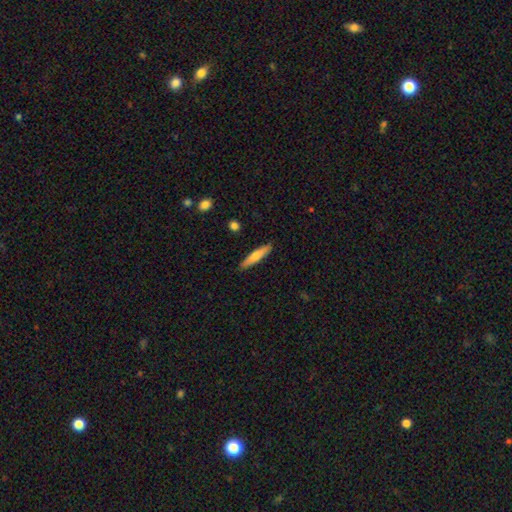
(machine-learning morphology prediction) smooth-or-featured: smooth: 65% | featured or disk: 29% | star or artifact: 6%
  how-rounded: cigar-shaped: 87% | in between: 11% | round: 1%
  merging: none: 89% | minor disturbance: 8% | major disturbance: 2% | merger: 1%